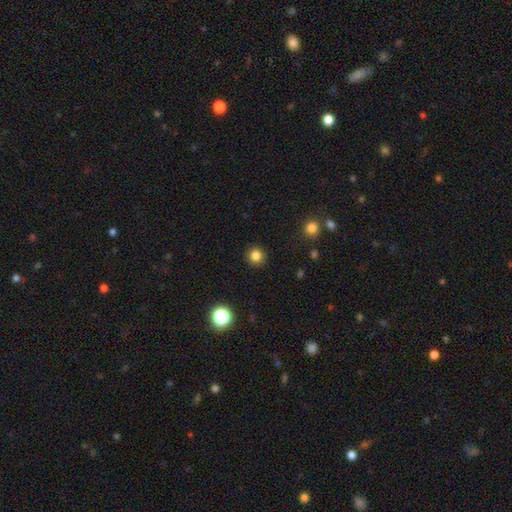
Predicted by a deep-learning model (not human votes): This is clearly a smooth galaxy (82%). How rounded: clearly round (93%). Merging: clearly none (92%).